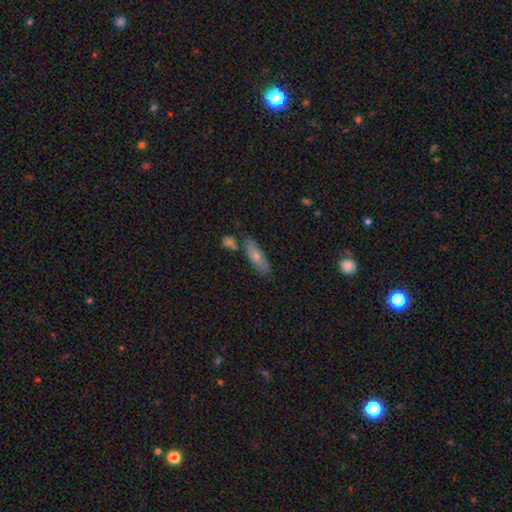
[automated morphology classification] Q: Smooth or featured?
A: smooth (59%); runner-up: featured or disk (33%)
Q: How rounded?
A: cigar-shaped (54%); runner-up: in between (43%)
Q: Merging?
A: none (73%); runner-up: minor disturbance (15%)